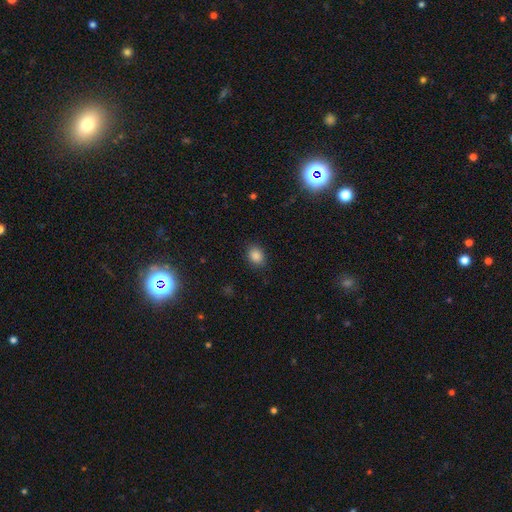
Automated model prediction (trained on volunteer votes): This appears to be a smooth galaxy with no disk features (86%) that is in between round and cigar-shaped (63%). Merging: none (86%).